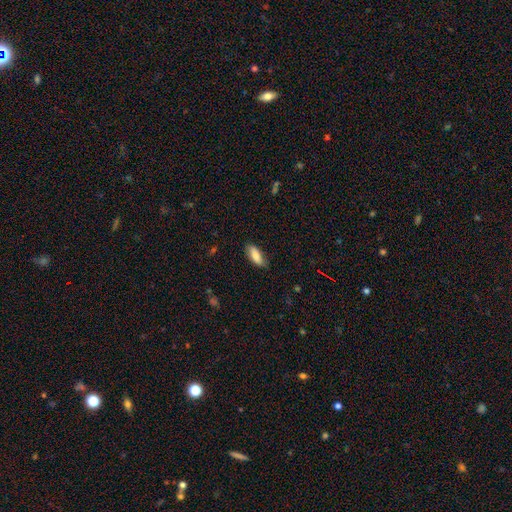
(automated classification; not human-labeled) Overall: smooth (82%). How rounded: in between (78%). Merging: none (76%).